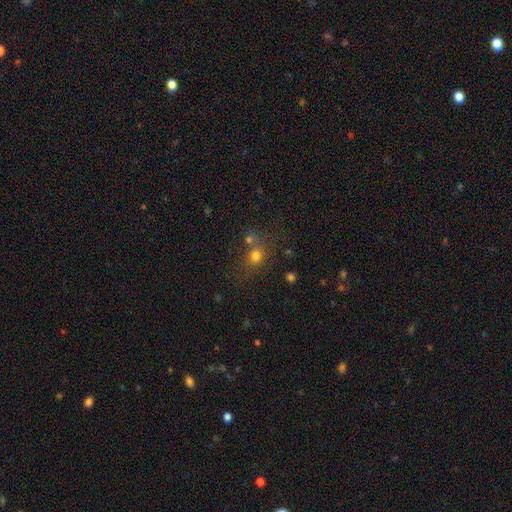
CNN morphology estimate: Q: Smooth or featured?
A: smooth (72%); runner-up: star or artifact (18%)
Q: How rounded?
A: round (78%); runner-up: in between (21%)
Q: Merging?
A: none (58%); runner-up: merger (25%)